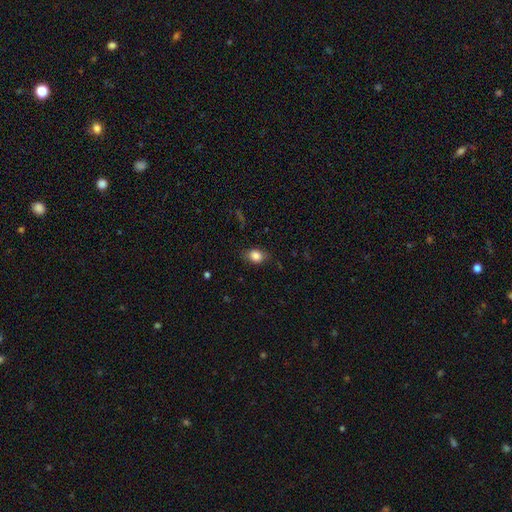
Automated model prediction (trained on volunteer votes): The model was most divided on "how rounded": in between: 59%, round: 40%, cigar-shaped: 1%. More confident: smooth or featured — smooth (84%); merging — none (78%).